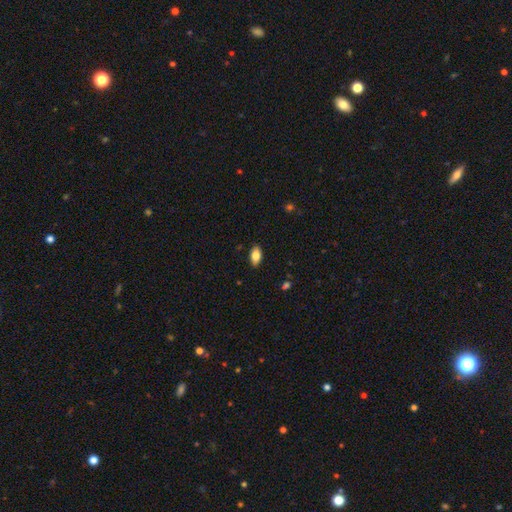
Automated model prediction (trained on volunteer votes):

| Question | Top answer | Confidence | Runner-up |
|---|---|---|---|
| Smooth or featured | smooth | 79% | featured or disk (14%) |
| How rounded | in between | 91% | cigar-shaped (5%) |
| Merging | none | 88% | minor disturbance (9%) |